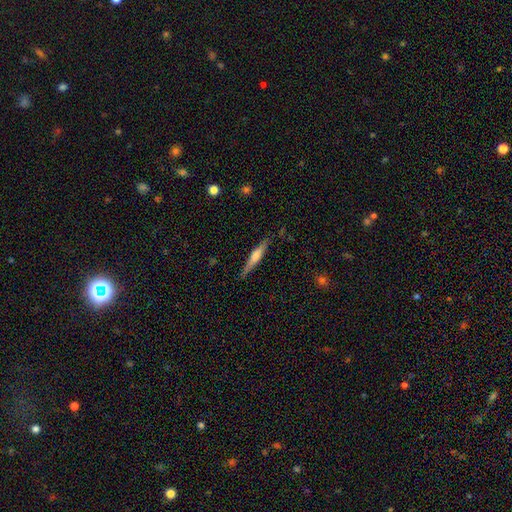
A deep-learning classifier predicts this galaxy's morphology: Q: Smooth or featured?
A: featured or disk (51%); runner-up: smooth (43%)
Q: Edge-on disk?
A: yes (96%); runner-up: no (4%)
Q: Merging?
A: none (84%); runner-up: minor disturbance (12%)